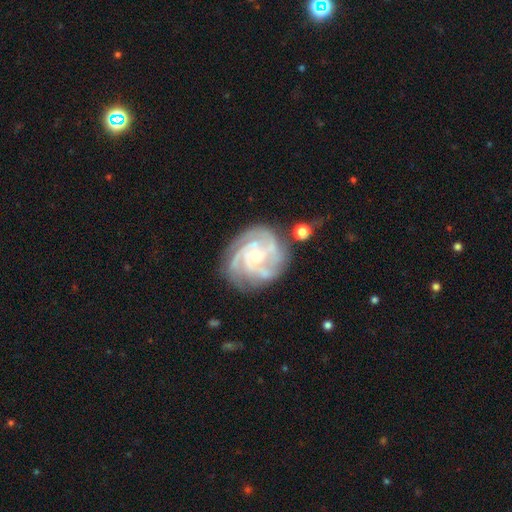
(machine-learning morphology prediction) Smooth or featured? Predicted: featured or disk (p=0.88). Edge-on disk? Predicted: no (p=0.98). Bar? Predicted: no (p=0.68). Spiral arms? Predicted: yes (p=0.97). Spiral winding? Predicted: tight (p=0.65). Spiral arm count? Predicted: 3 (p=0.31, tied with 4). Bulge size? Predicted: small (p=0.66). Merging? Predicted: none (p=0.70).